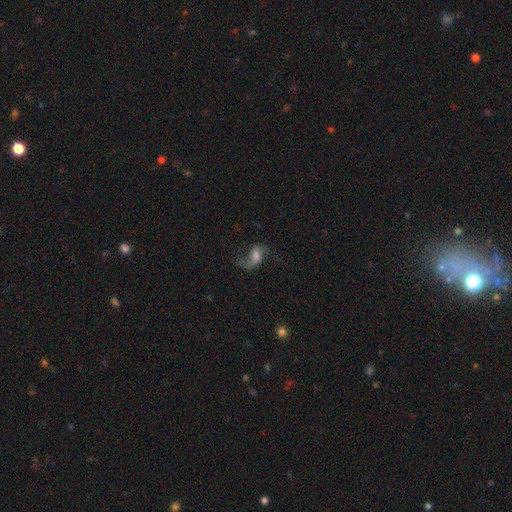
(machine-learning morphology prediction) A featured or disk galaxy (60%) with a weak bar (43%), 2 (64%) loose (81%) spiral arms (86%) and a moderate central bulge (33%). Merging: none (42%).